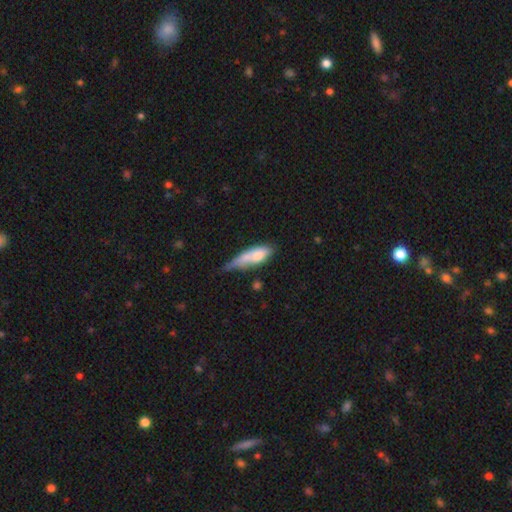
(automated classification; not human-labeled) This appears to be a smooth galaxy with no disk features (68%) that is in between round and cigar-shaped (52%). Merging: minor disturbance (35%).